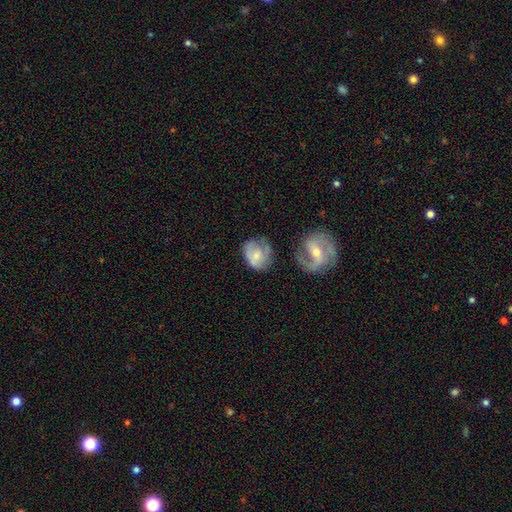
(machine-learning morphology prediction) Overall: smooth (51%; featured or disk 42%). How rounded: round (58%; in between 41%). Merging: none (46%; minor disturbance 28%).